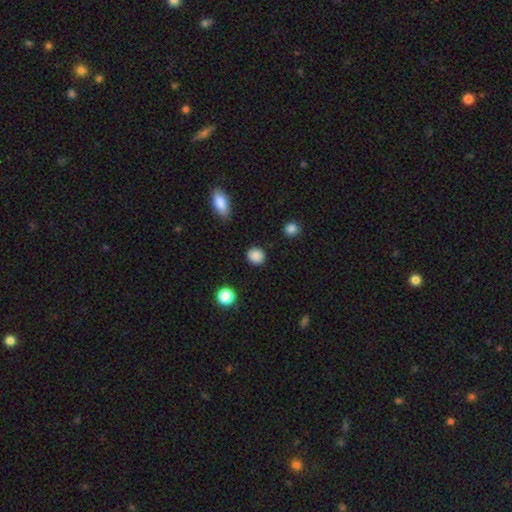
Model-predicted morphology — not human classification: smooth_or_featured: smooth (p=0.87) [alt: star or artifact p=0.09]
how_rounded: round (p=0.88) [alt: in between p=0.10]
merging: none (p=0.90) [alt: minor disturbance p=0.07]